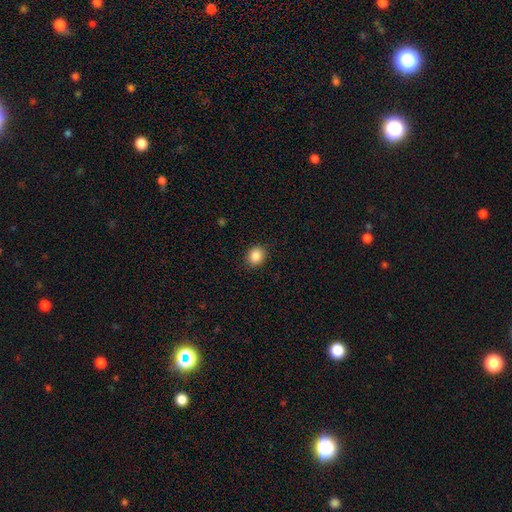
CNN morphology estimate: This is clearly a smooth galaxy (86%). How rounded: likely round (70%). Merging: clearly none (90%).